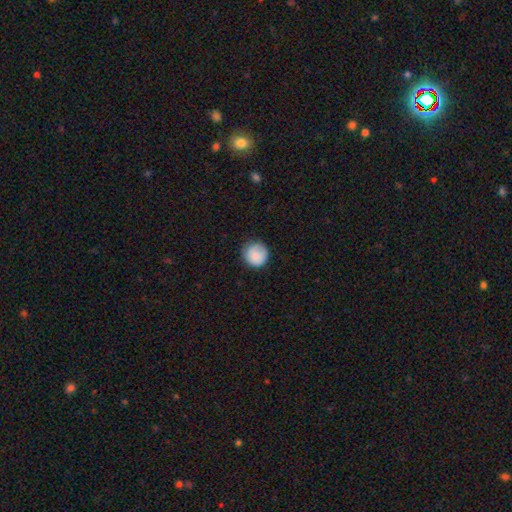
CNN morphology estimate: type=smooth (84%); roundness=round (94%); merging=none (81%).